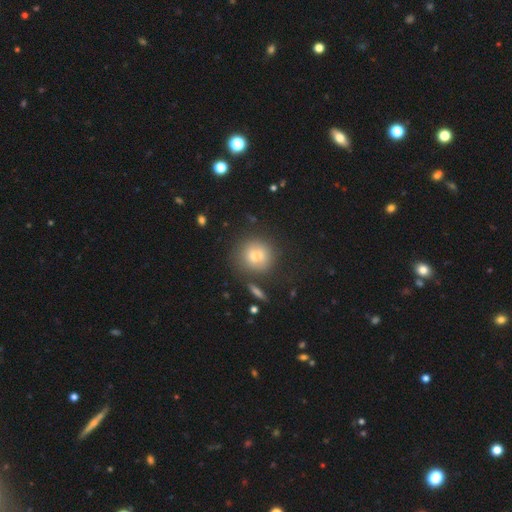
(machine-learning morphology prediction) smooth_or_featured: smooth (p=0.75) [alt: featured or disk p=0.14]
how_rounded: round (p=0.88) [alt: in between p=0.11]
merging: none (p=0.76) [alt: minor disturbance p=0.13]